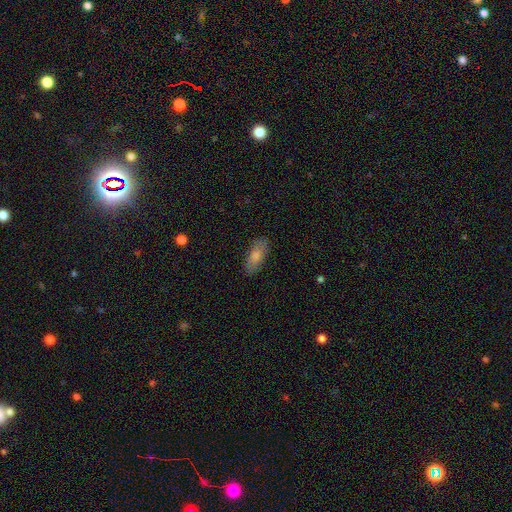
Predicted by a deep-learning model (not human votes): Q: Smooth or featured?
A: smooth (74%); runner-up: featured or disk (18%)
Q: How rounded?
A: in between (75%); runner-up: cigar-shaped (23%)
Q: Merging?
A: none (87%); runner-up: minor disturbance (10%)